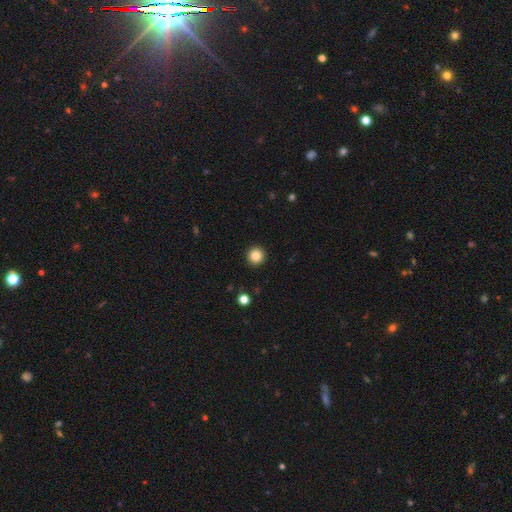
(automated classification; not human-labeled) Smooth or featured? smooth (85%)
How rounded? round (96%)
Merging? none (93%)